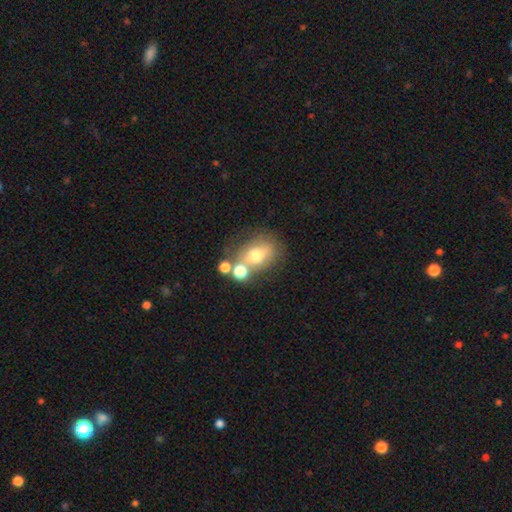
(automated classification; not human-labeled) Overall: smooth (63%; featured or disk 23%). How rounded: in between (51%; round 48%). Merging: none (48%; merger 26%).